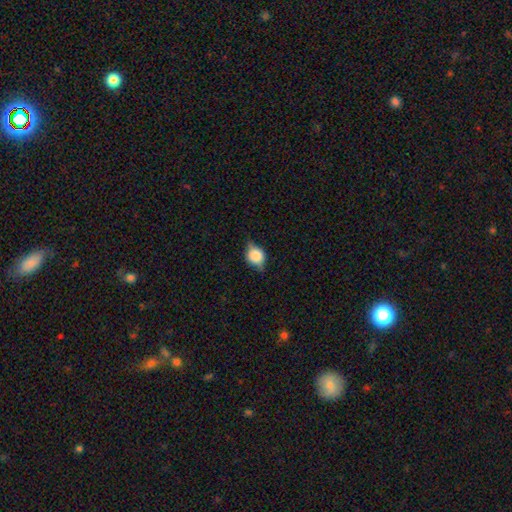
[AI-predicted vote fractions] Morphology: type=smooth (59%); roundness=round (58%); merging=none (67%).